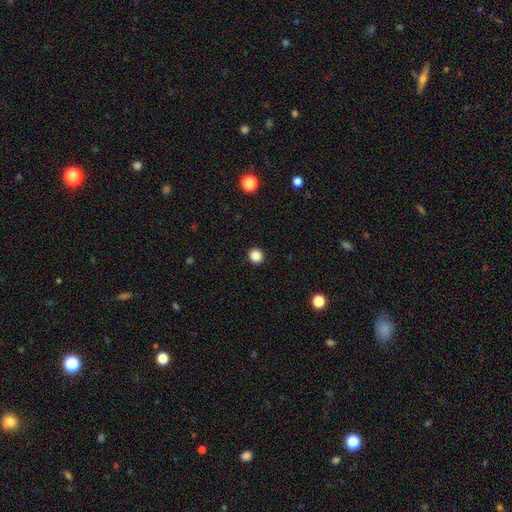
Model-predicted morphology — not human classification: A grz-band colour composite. It shows a smooth galaxy with no disk features (87%) that is round (91%). Merging: none (93%).